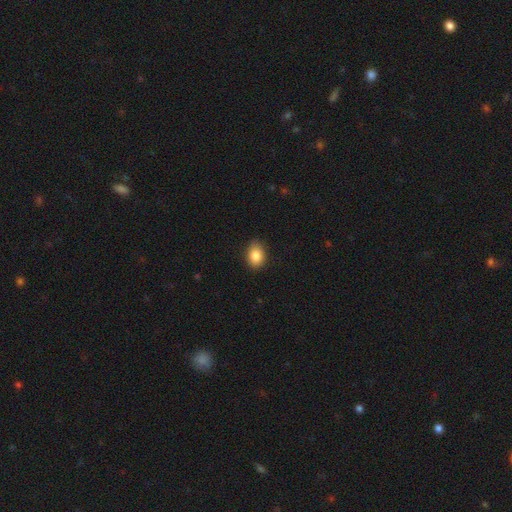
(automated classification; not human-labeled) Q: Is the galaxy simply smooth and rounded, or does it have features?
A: smooth — 85%.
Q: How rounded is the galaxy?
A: in between — 73%.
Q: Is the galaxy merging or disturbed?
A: none — 83%.